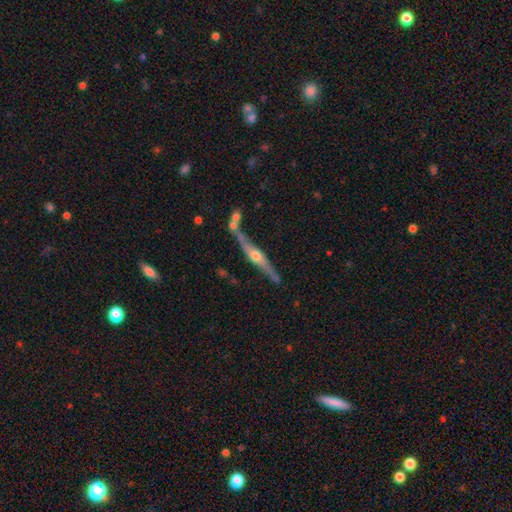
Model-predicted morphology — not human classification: The model was most divided on "merging": none: 59%, merger: 19%, minor disturbance: 17%, major disturbance: 5%. More confident: edge-on bulge — rounded (90%); edge-on disk — yes (90%); smooth or featured — featured or disk (73%).